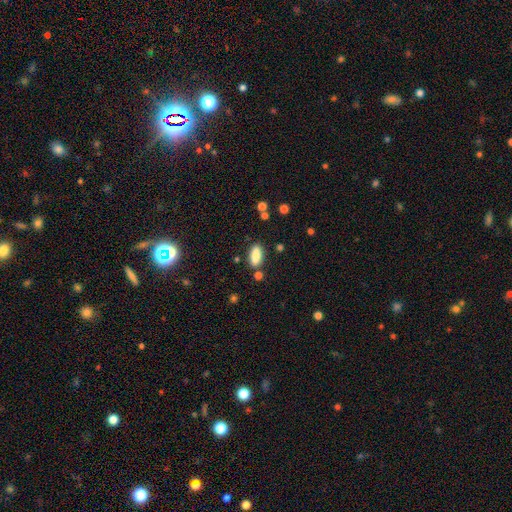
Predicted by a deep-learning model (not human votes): Smooth or featured?
  - smooth: 85% *
  - star or artifact: 8%
  - featured or disk: 7%
How rounded?
  - in between: 74% *
  - cigar-shaped: 23%
  - round: 3%
Merging?
  - none: 81% *
  - minor disturbance: 11%
  - merger: 5%
  - major disturbance: 3%